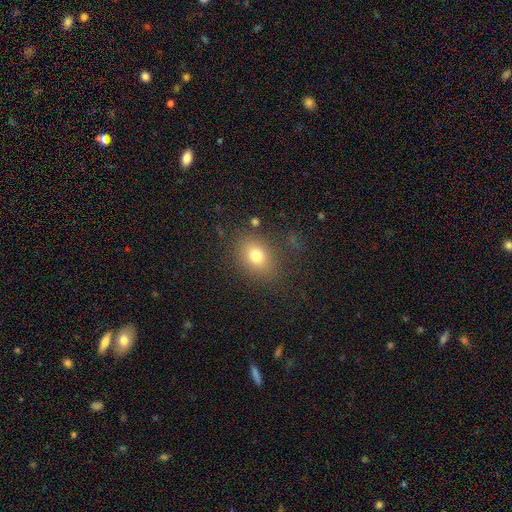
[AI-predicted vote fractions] A smooth galaxy with no disk features (76%) that is in between round and cigar-shaped (60%).

Vote fractions:
- Smooth or featured? smooth: 76% / star or artifact: 13% / featured or disk: 11%
- How rounded? in between: 60% / round: 39% / cigar-shaped: 1%
- Merging? none: 78% / minor disturbance: 13% / major disturbance: 6% / merger: 3%